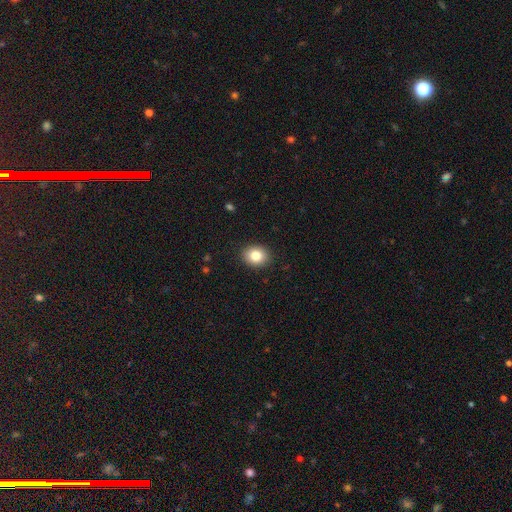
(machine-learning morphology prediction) Smooth or featured?
  - smooth: 83% *
  - star or artifact: 9%
  - featured or disk: 8%
How rounded?
  - round: 56% *
  - in between: 43%
  - cigar-shaped: 1%
Merging?
  - none: 90% *
  - minor disturbance: 7%
  - major disturbance: 2%
  - merger: 1%